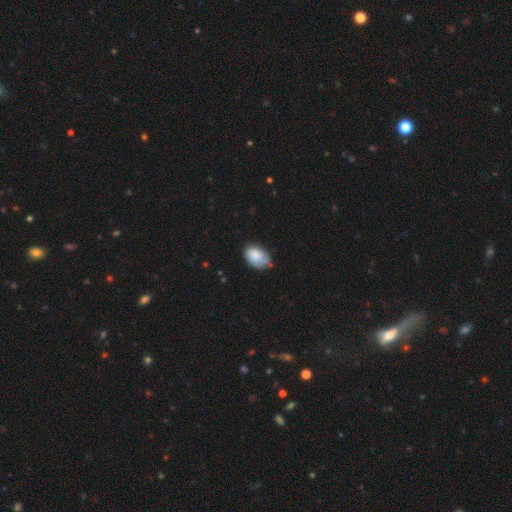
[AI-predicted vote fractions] A smooth galaxy with no disk features (81%) that is in between round and cigar-shaped (88%). Merging: none (57%).